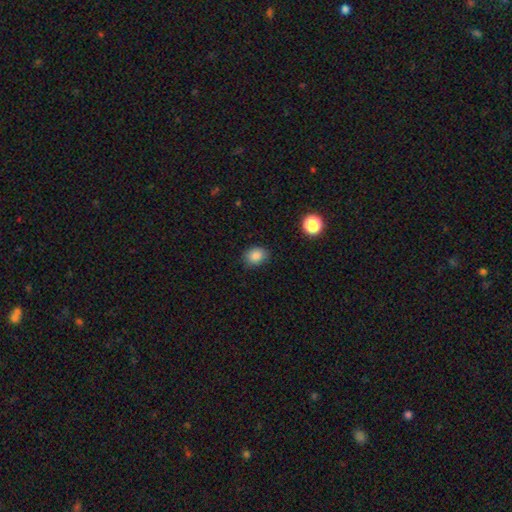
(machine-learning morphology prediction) smooth 85%, star or artifact 10%, featured or disk 4%. Down the decision tree: how rounded — in between (51%); merging — none (83%).